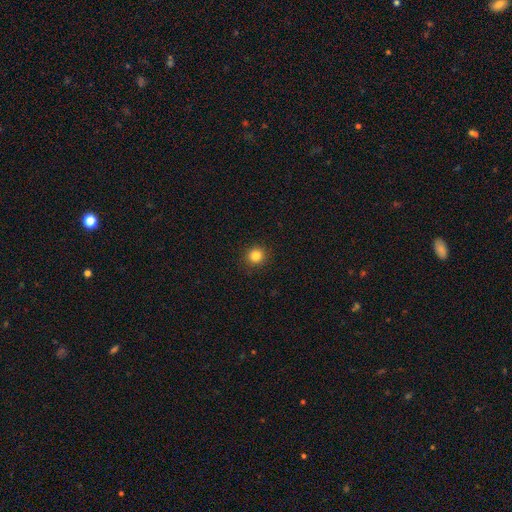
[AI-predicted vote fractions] This appears to be a smooth galaxy with no disk features (83%) that is round (92%). Merging: none (92%).